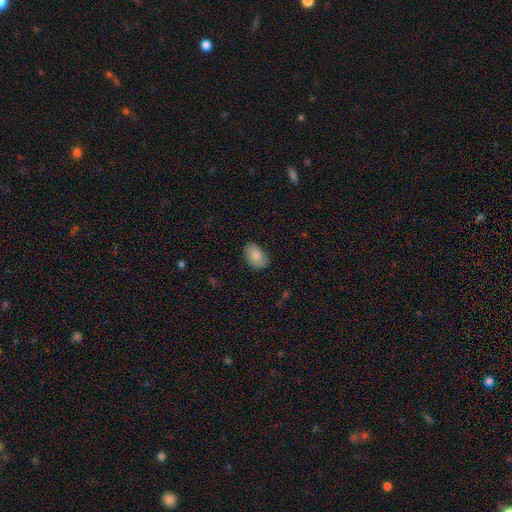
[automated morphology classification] type=smooth (85%); roundness=in between (86%); merging=none (77%).